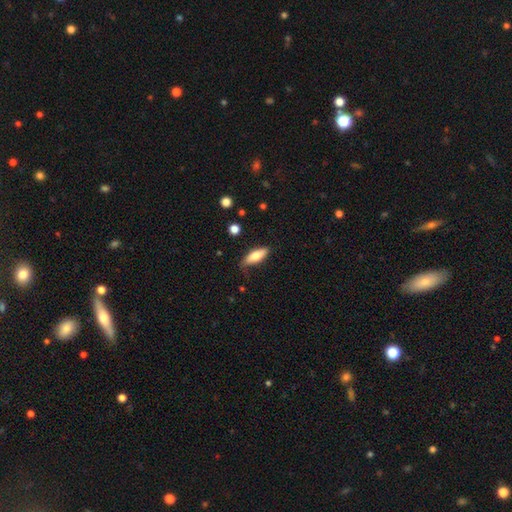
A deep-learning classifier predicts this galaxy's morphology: Smooth or featured? Predicted: smooth (p=0.73). How rounded? Predicted: in between (p=0.65). Merging? Predicted: none (p=0.65).